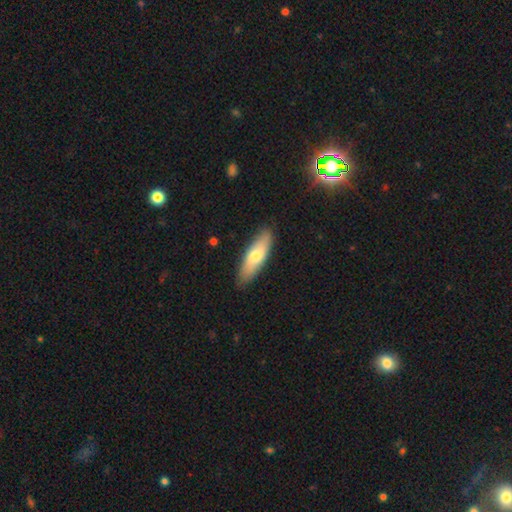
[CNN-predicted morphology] This appears to be a smooth galaxy with no disk features (69%) that is in between round and cigar-shaped (50%). Merging: none (86%).